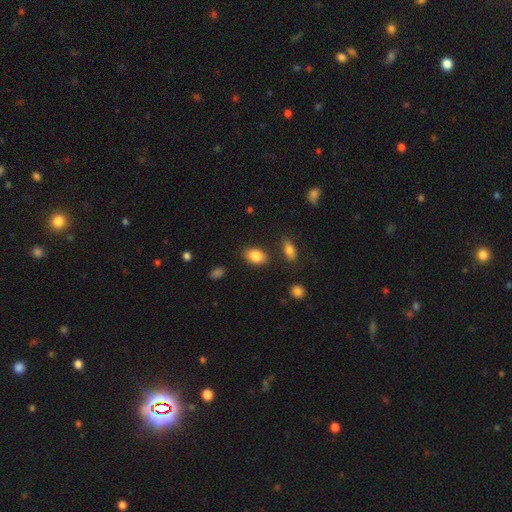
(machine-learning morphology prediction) smooth-or-featured: smooth: 86% | star or artifact: 8% | featured or disk: 7%
  how-rounded: in between: 87% | round: 12% | cigar-shaped: 1%
  merging: none: 82% | minor disturbance: 11% | merger: 4% | major disturbance: 3%